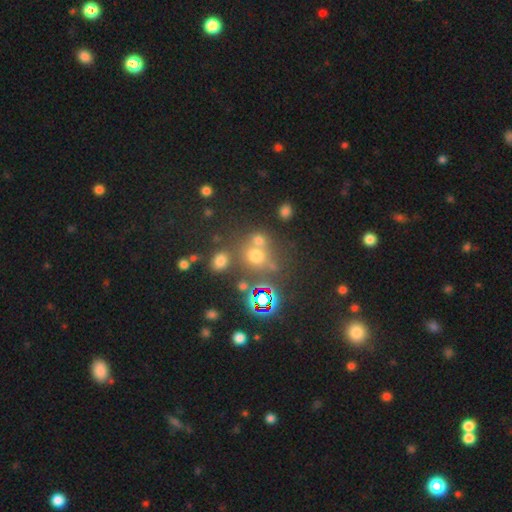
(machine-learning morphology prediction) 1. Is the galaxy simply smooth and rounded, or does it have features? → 59% smooth, 30% star or artifact, 11% featured or disk.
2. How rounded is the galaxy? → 79% round, 20% in between, 1% cigar-shaped.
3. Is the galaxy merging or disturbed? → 55% none, 29% merger, 10% minor disturbance, 6% major disturbance.